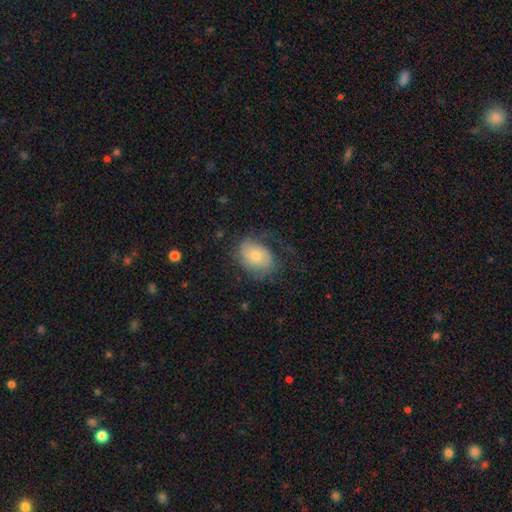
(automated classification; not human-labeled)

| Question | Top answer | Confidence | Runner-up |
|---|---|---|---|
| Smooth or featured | smooth | 52% | featured or disk (40%) |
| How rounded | in between | 71% | round (28%) |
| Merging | none | 50% | major disturbance (25%) |